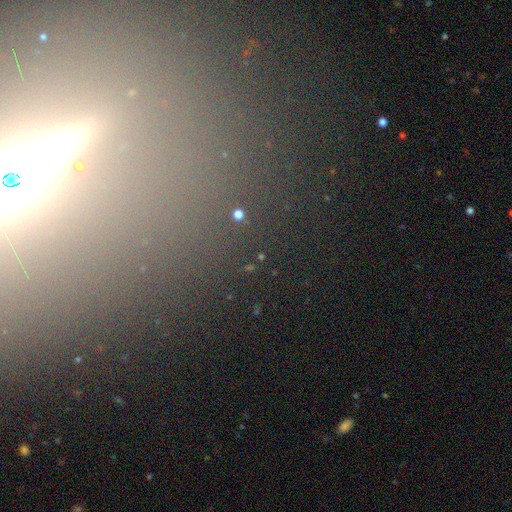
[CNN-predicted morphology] Smooth or featured: star or artifact — 55% (featured or disk — 27%)